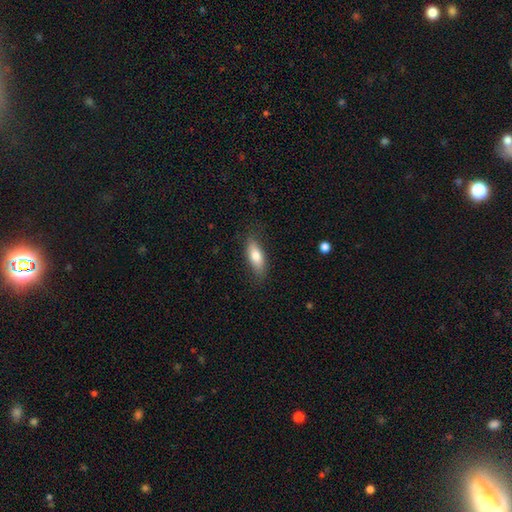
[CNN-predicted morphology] Smooth or featured?
  - smooth: 77% *
  - featured or disk: 17%
  - star or artifact: 6%
How rounded?
  - in between: 70% *
  - cigar-shaped: 27%
  - round: 3%
Merging?
  - none: 80% *
  - minor disturbance: 15%
  - major disturbance: 4%
  - merger: 1%